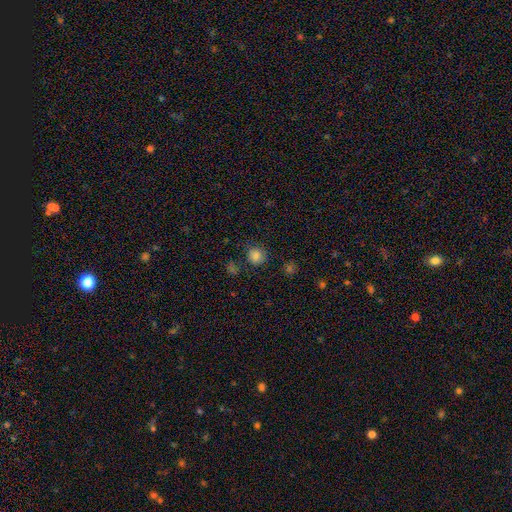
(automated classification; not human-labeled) Smooth or featured: smooth — 81% (star or artifact — 14%)
How rounded: round — 86% (in between — 13%)
Merging: none — 80% (minor disturbance — 13%)